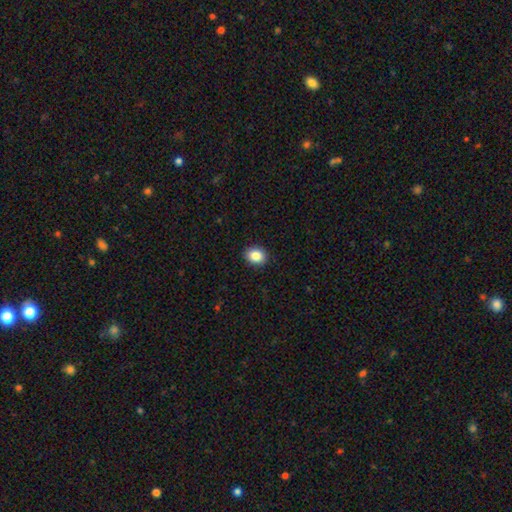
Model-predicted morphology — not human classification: This is clearly a smooth galaxy (86%). How rounded: possibly round (50%). Merging: clearly none (91%).